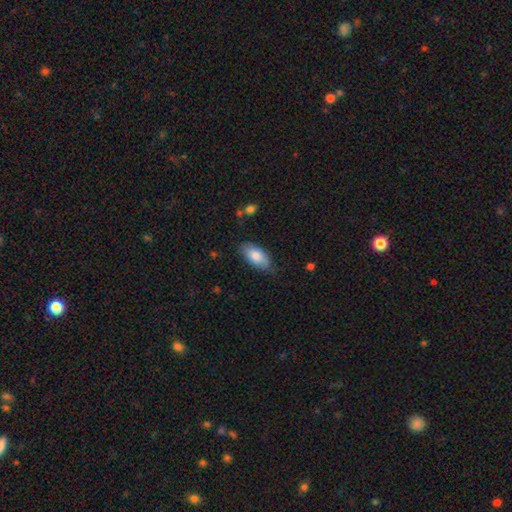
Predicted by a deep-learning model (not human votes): Morphology: type=smooth (81%); roundness=in between (92%); merging=none (76%).